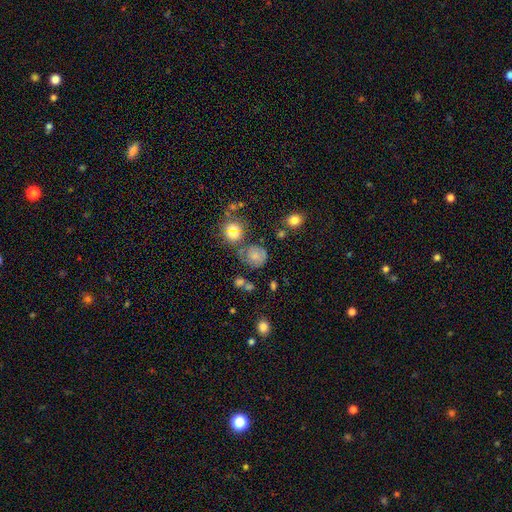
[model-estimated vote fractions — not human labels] Smooth or featured: smooth — 64% (featured or disk — 21%)
How rounded: round — 79% (in between — 20%)
Merging: none — 57% (minor disturbance — 21%)